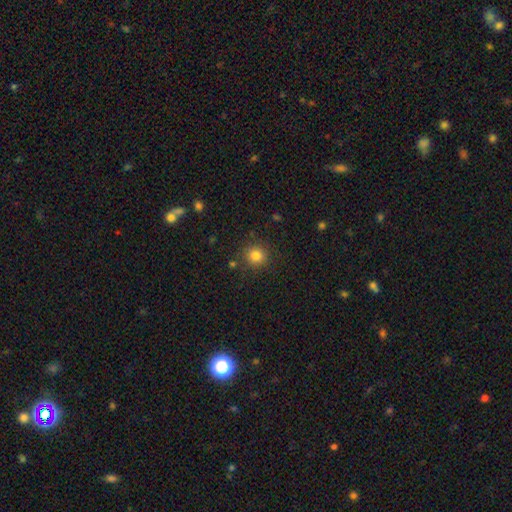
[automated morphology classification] smooth-or-featured: smooth: 82% | star or artifact: 13% | featured or disk: 6%
  how-rounded: round: 91% | in between: 8% | cigar-shaped: 1%
  merging: none: 87% | minor disturbance: 8% | major disturbance: 3% | merger: 3%